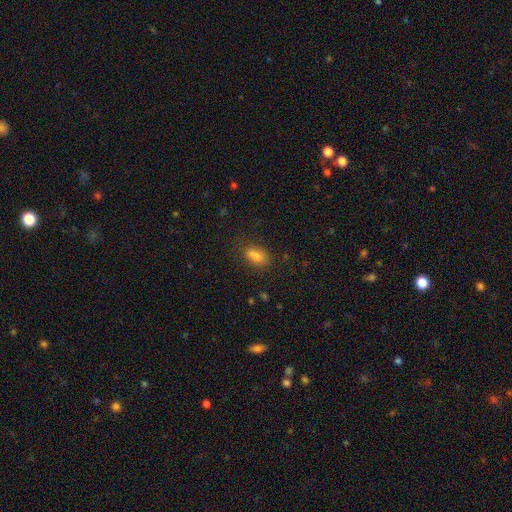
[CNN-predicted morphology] Overall: smooth (77%). How rounded: in between (79%). Merging: none (71%).